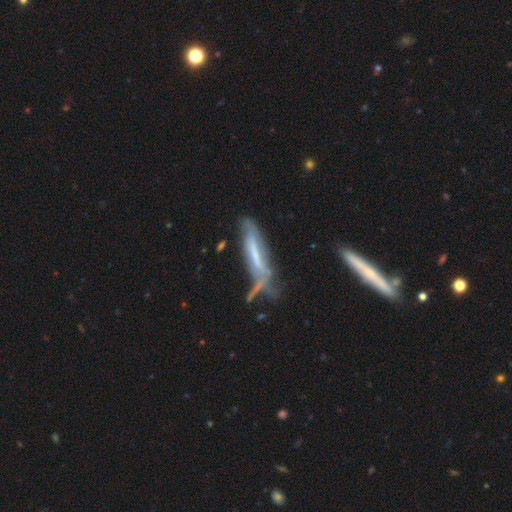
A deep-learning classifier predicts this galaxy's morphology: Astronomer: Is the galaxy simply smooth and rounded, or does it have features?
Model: featured or disk — 59%.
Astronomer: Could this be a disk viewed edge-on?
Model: yes — 57% (runner-up: no, 43%).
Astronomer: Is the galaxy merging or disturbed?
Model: none — 38% (runner-up: minor disturbance, 29%).